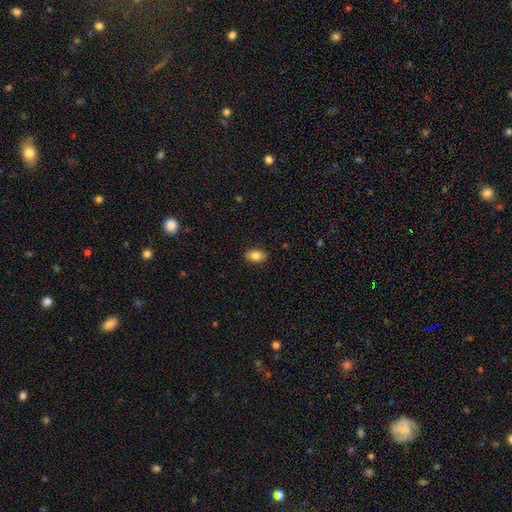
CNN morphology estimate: The model was most divided on "smooth or featured": smooth: 84%, star or artifact: 8%, featured or disk: 8%. More confident: merging — none (89%); how rounded — in between (88%).